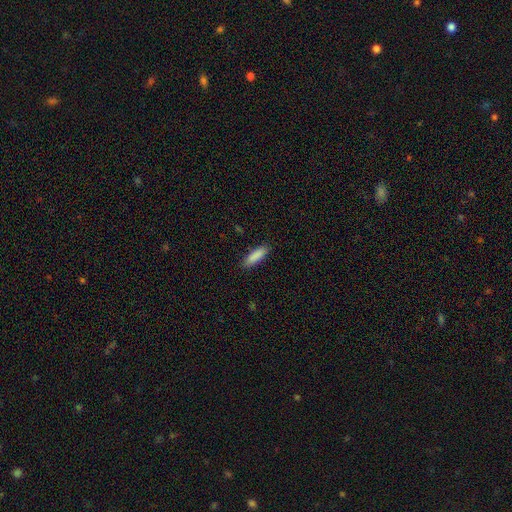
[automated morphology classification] smooth 88%, star or artifact 6%, featured or disk 5%. Down the decision tree: how rounded — cigar-shaped (59%); merging — none (88%).